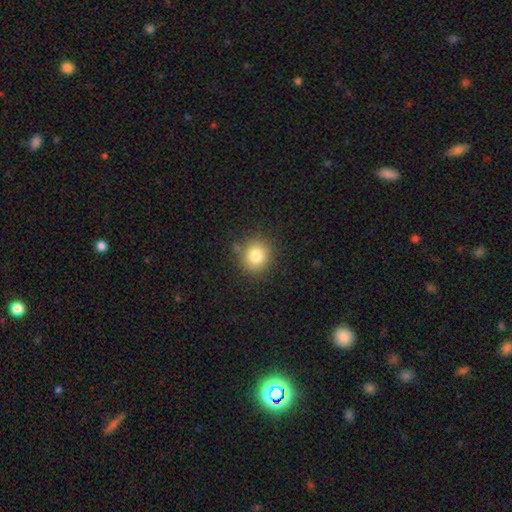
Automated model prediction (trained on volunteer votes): This appears to be a smooth galaxy with no disk features (81%) that is round (86%). Merging: none (84%).